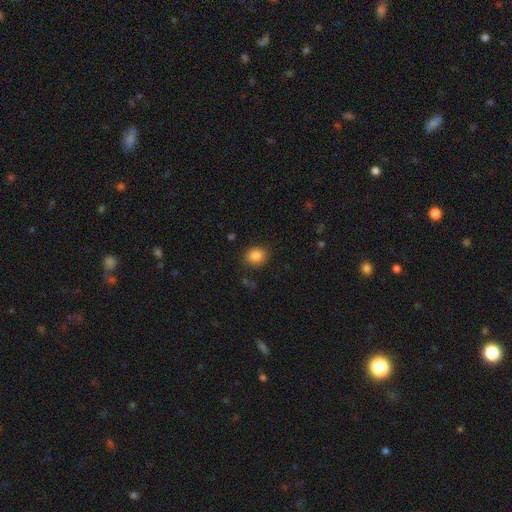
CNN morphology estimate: Q: Smooth or featured?
A: smooth (86%); runner-up: star or artifact (10%)
Q: How rounded?
A: round (68%); runner-up: in between (31%)
Q: Merging?
A: none (86%); runner-up: minor disturbance (10%)